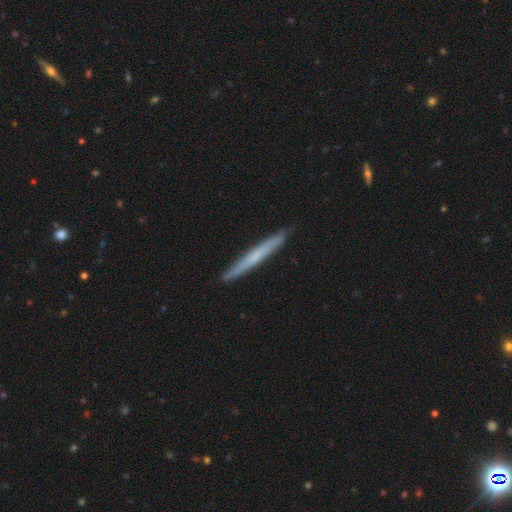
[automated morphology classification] A smooth galaxy with no disk features (50%).

Vote fractions:
- Smooth or featured? smooth: 50% / featured or disk: 44% / star or artifact: 6%
- Merging? none: 92% / minor disturbance: 6% / major disturbance: 1% / merger: 1%